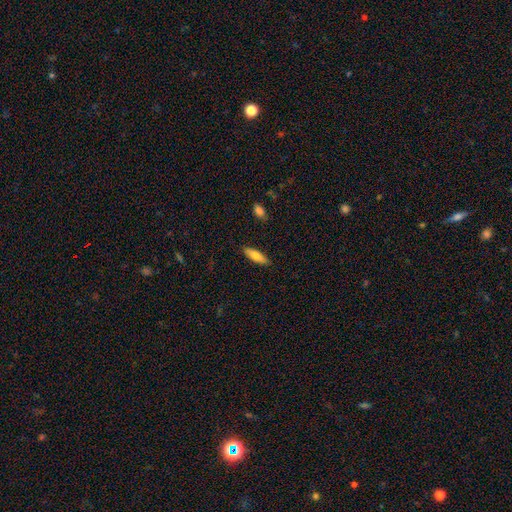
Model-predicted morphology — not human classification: Smooth or featured?
  - smooth: 76% *
  - featured or disk: 18%
  - star or artifact: 6%
How rounded?
  - cigar-shaped: 53% *
  - in between: 45%
  - round: 2%
Merging?
  - none: 87% *
  - minor disturbance: 10%
  - major disturbance: 2%
  - merger: 1%